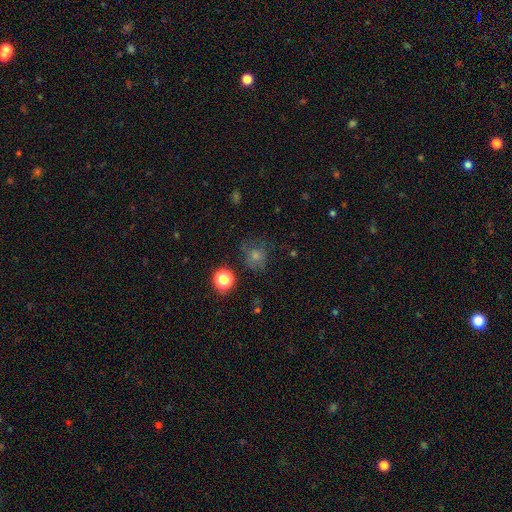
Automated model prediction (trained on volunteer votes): Smooth or featured?
  - smooth: 68% *
  - star or artifact: 19%
  - featured or disk: 13%
How rounded?
  - round: 80% *
  - in between: 19%
  - cigar-shaped: 1%
Merging?
  - none: 59% *
  - minor disturbance: 22%
  - major disturbance: 16%
  - merger: 3%